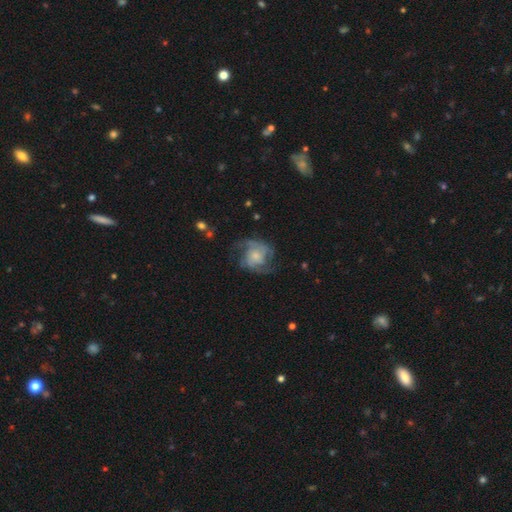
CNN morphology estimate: Smooth or featured?
  - featured or disk: 76% *
  - smooth: 17%
  - star or artifact: 7%
Edge-on disk?
  - no: 98% *
  - yes: 2%
Bar?
  - no: 71% *
  - weak: 24%
  - strong: 4%
Spiral arms?
  - yes: 91% *
  - no: 9%
Spiral winding?
  - medium: 49% *
  - tight: 26%
  - loose: 25%
Spiral arm count?
  - 2: 45% *
  - 3: 22%
  - can't tell: 18%
  - 4: 6%
  - 1: 5%
  - more than 4: 4%
Bulge size?
  - small: 53% *
  - moderate: 29%
  - none: 9%
  - large: 6%
  - dominant: 2%
Merging?
  - none: 58% *
  - minor disturbance: 20%
  - major disturbance: 19%
  - merger: 2%